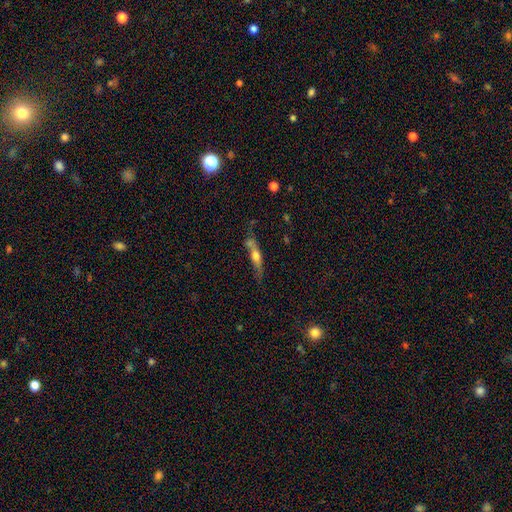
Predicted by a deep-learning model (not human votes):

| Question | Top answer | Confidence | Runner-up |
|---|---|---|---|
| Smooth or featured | smooth | 49% | featured or disk (43%) |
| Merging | none | 43% | merger (23%) |